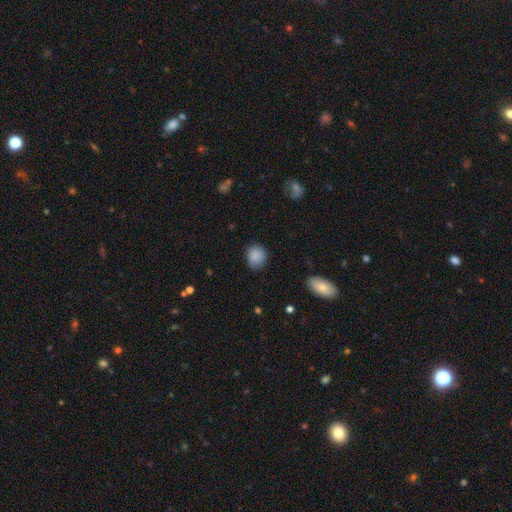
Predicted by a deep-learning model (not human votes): A smooth galaxy with no disk features (87%) that is round (81%). Merging: none (78%).